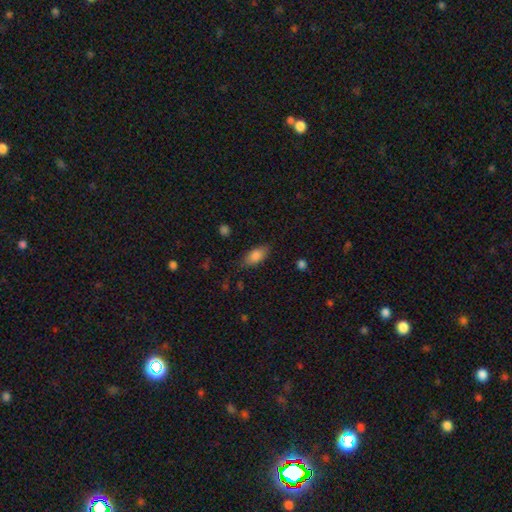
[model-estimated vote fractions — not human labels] Smooth or featured? Predicted: smooth (p=0.83). How rounded? Predicted: in between (p=0.88). Merging? Predicted: none (p=0.79).